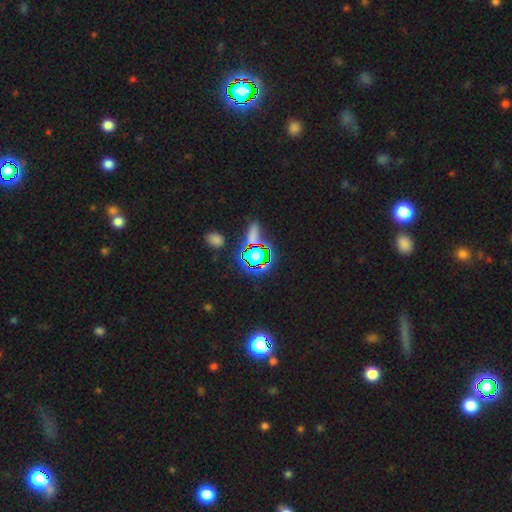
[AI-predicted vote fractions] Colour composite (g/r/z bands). It shows a star or artifact, not a galaxy (62%).